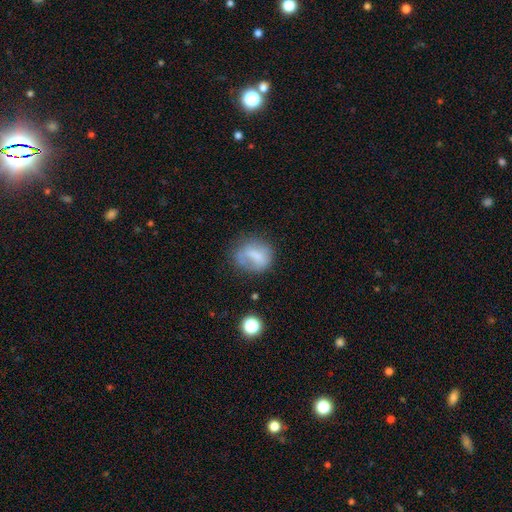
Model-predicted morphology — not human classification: Smooth or featured?
  - smooth: 62% *
  - featured or disk: 28%
  - star or artifact: 10%
How rounded?
  - round: 58% *
  - in between: 40%
  - cigar-shaped: 2%
Merging?
  - none: 51% *
  - minor disturbance: 27%
  - major disturbance: 18%
  - merger: 4%